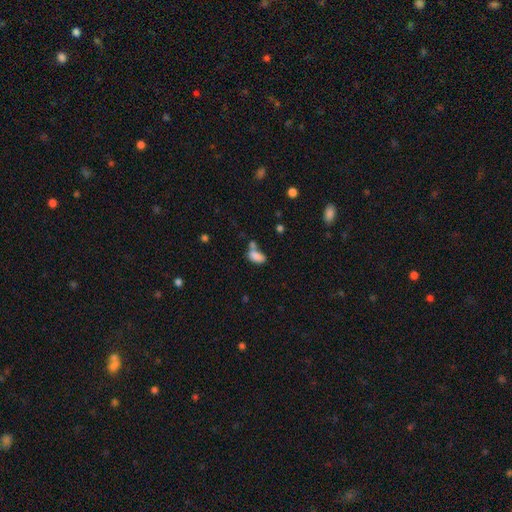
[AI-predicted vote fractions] The model was most divided on "merging": merger: 38%, none: 37%, minor disturbance: 16%, major disturbance: 8%. More confident: how rounded — in between (90%); smooth or featured — smooth (82%).